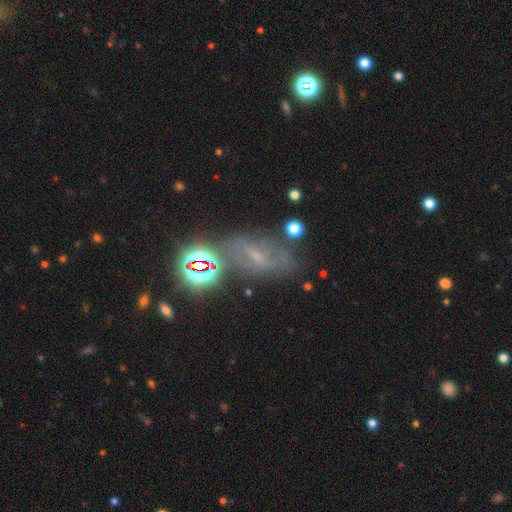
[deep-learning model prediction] smooth-or-featured: featured or disk: 50% | star or artifact: 29% | smooth: 21%
  merging: none: 60% | minor disturbance: 19% | major disturbance: 12% | merger: 9%